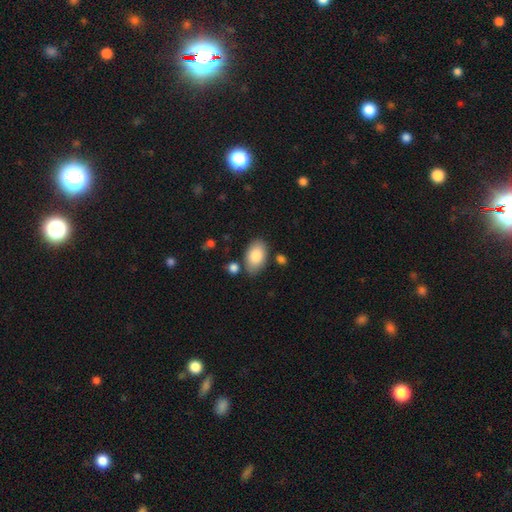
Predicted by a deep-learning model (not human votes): Overall: smooth (84%). How rounded: in between (93%). Merging: none (79%).